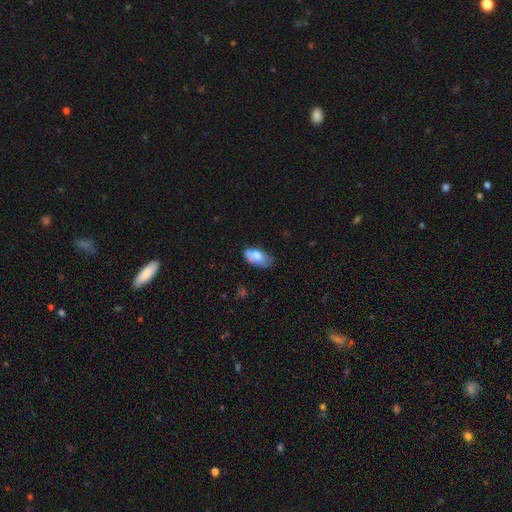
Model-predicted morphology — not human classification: Overall: smooth (73%). How rounded: in between (92%). Merging: none (42%; minor disturbance 37%).